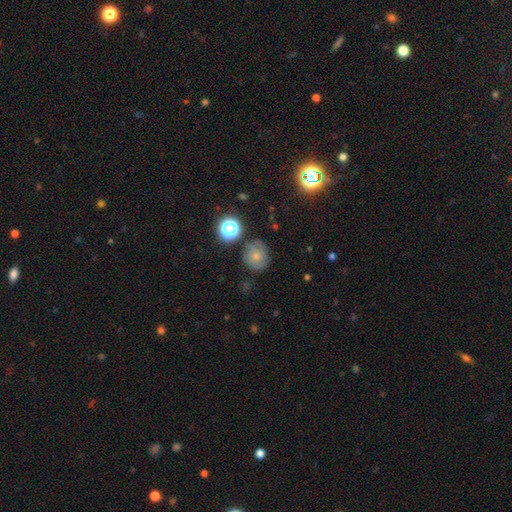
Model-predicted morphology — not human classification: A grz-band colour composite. It shows a smooth galaxy with no disk features (61%) that is round (84%). Merging: none (73%).